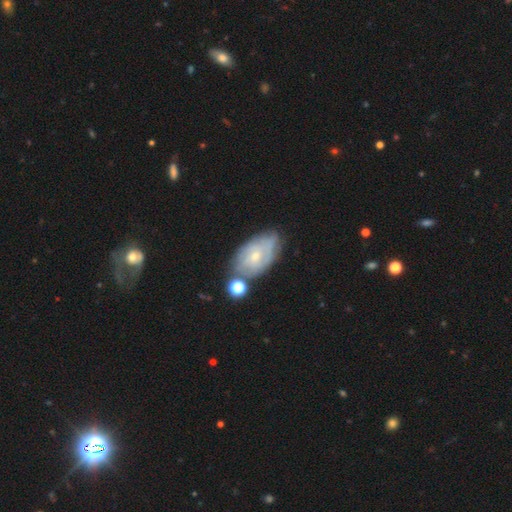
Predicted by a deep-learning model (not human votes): Smooth or featured?
  - featured or disk: 63% *
  - smooth: 29%
  - star or artifact: 8%
Edge-on disk?
  - no: 93% *
  - yes: 7%
Bar?
  - no: 74% *
  - weak: 22%
  - strong: 4%
Spiral arms?
  - yes: 72% *
  - no: 28%
Bulge size?
  - small: 65% *
  - moderate: 31%
  - none: 2%
  - large: 1%
  - dominant: 1%
Merging?
  - none: 54% *
  - minor disturbance: 24%
  - merger: 13%
  - major disturbance: 8%